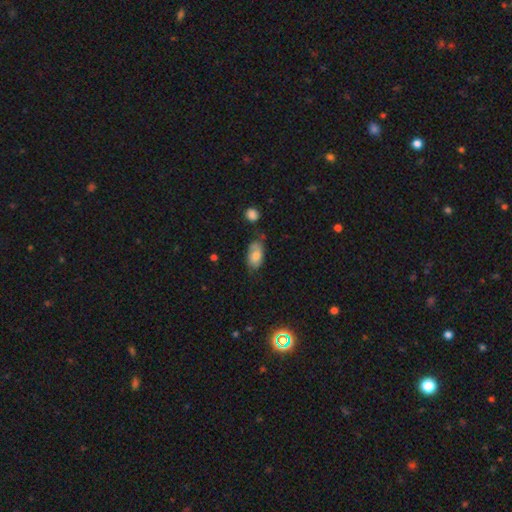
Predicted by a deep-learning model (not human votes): Morphology: type=smooth (65%); roundness=in between (92%); merging=none (53%).